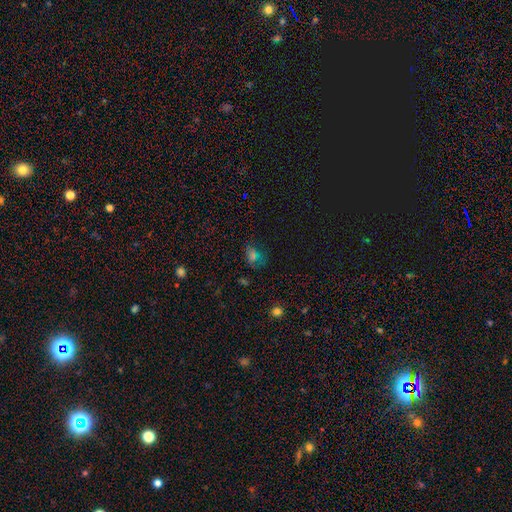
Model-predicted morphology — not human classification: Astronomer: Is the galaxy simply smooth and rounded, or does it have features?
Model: smooth — 49% (runner-up: star or artifact, 38%).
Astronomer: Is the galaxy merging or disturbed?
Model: none — 63%.